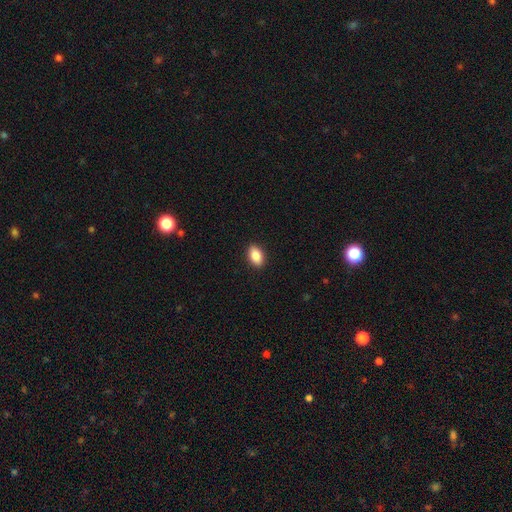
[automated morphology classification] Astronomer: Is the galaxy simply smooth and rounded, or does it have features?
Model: smooth — 88%.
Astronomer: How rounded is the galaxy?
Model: in between — 90%.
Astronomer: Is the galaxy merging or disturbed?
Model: none — 91%.